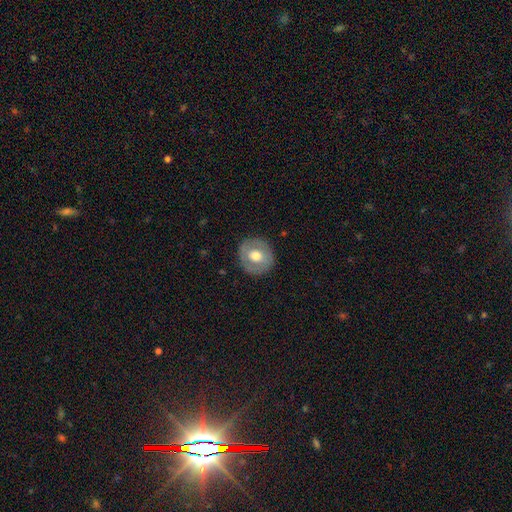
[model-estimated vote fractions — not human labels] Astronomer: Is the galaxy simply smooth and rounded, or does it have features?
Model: smooth — 53% (runner-up: featured or disk, 40%).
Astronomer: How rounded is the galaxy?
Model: round — 87%.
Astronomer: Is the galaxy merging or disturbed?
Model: none — 86%.